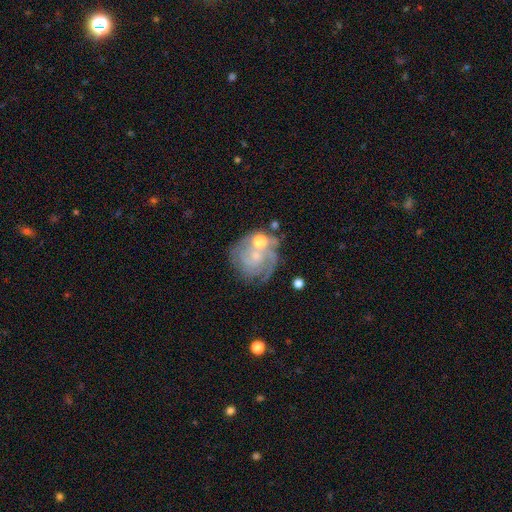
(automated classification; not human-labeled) Overall: featured or disk (76%). Edge-on disk: no (98%). Bar: no (70%). Spiral arms: yes (89%). Spiral arm count: can't tell (35%; 3 24%). Spiral winding: tight (59%; medium 31%). Bulge size: small (55%; moderate 30%). Merging: none (54%; minor disturbance 19%).